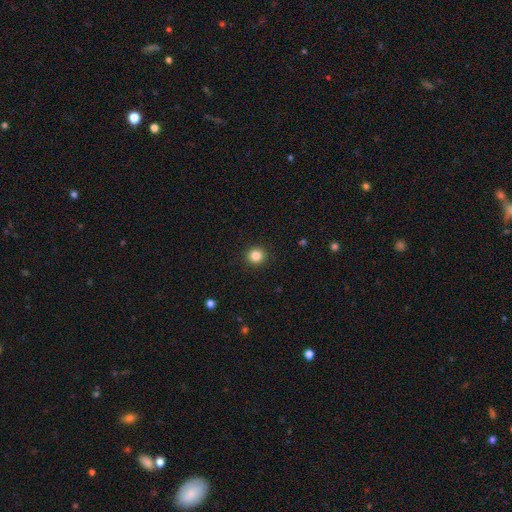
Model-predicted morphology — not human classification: Overall: smooth (84%). How rounded: round (93%). Merging: none (93%).